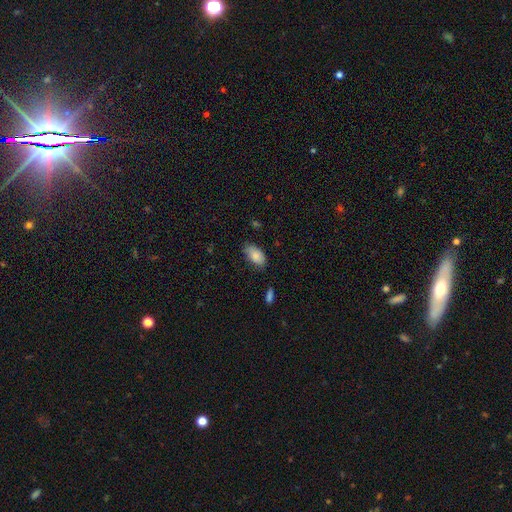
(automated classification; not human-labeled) The model was most divided on "merging": none: 70%, minor disturbance: 24%, major disturbance: 4%, merger: 2%. More confident: how rounded — in between (94%); smooth or featured — smooth (85%).